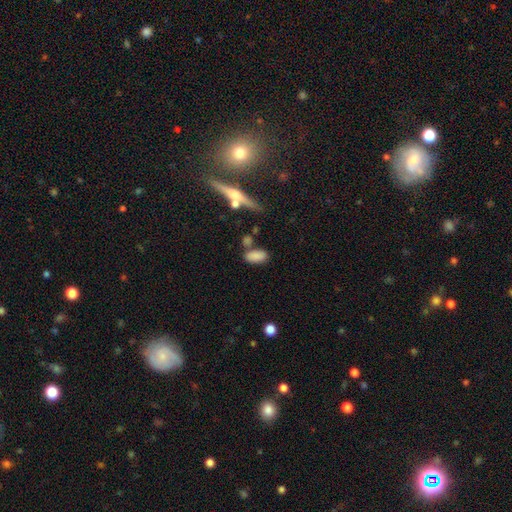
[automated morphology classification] Q: Smooth or featured?
A: smooth (83%); runner-up: star or artifact (9%)
Q: How rounded?
A: in between (89%); runner-up: cigar-shaped (8%)
Q: Merging?
A: none (65%); runner-up: minor disturbance (16%)